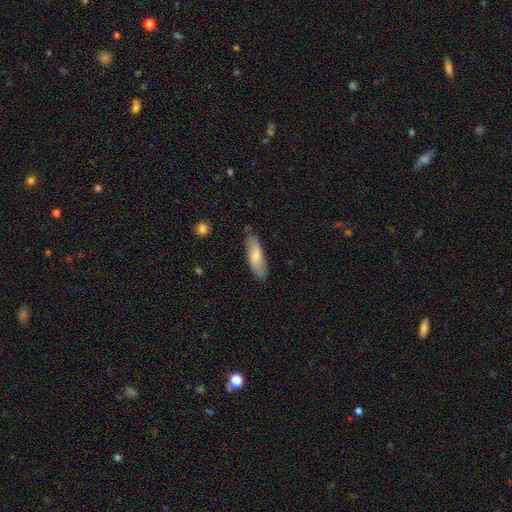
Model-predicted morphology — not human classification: This is likely a smooth galaxy (68%). How rounded: possibly in between (53%). Merging: likely none (79%).